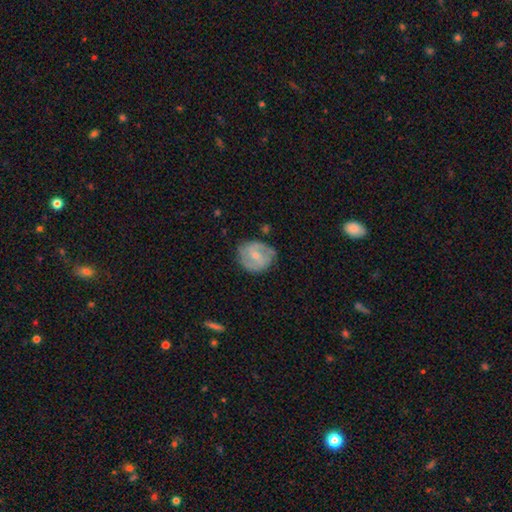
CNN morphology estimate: featured or disk 72%, smooth 23%, star or artifact 6%. Down the decision tree: edge-on disk — no (97%); bar — weak (53%); spiral arms — yes (89%); spiral arm count — 2 (72%); spiral winding — medium (47%); bulge size — small (62%); merging — none (74%).